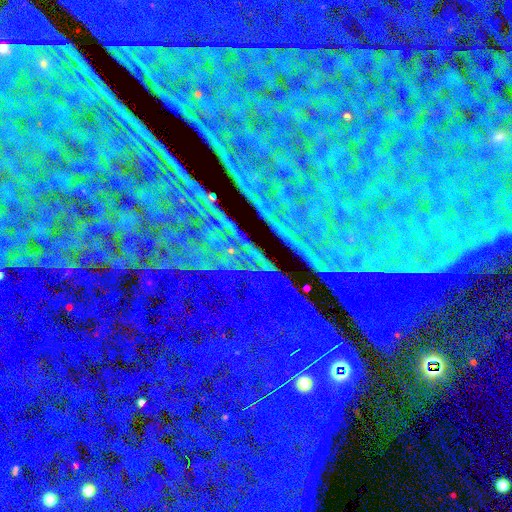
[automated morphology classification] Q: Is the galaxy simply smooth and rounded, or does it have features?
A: star or artifact — 87%.